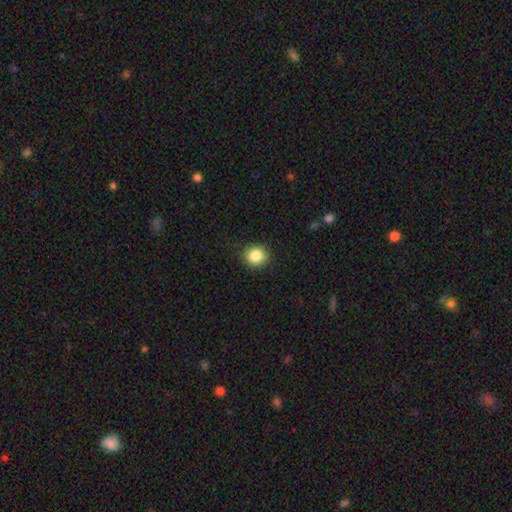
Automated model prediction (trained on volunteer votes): Smooth or featured? Predicted: smooth (p=0.86). How rounded? Predicted: round (p=0.83). Merging? Predicted: none (p=0.89).